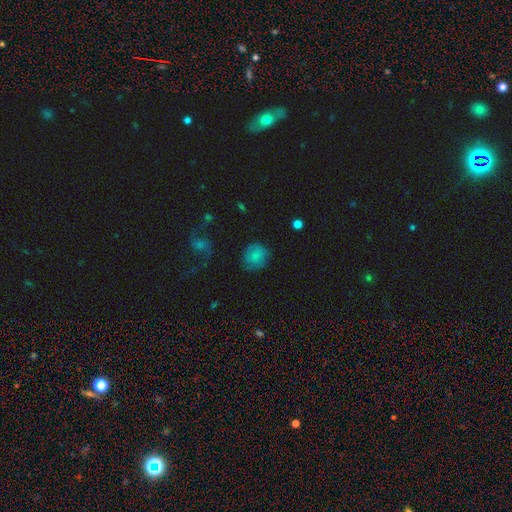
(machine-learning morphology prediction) This is likely a smooth galaxy (77%). How rounded: clearly round (82%). Merging: likely none (74%).